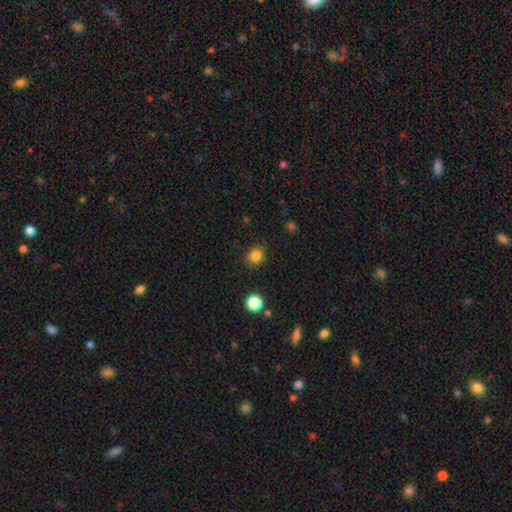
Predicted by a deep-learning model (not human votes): A smooth galaxy with no disk features (83%) that is round (80%).

Vote fractions:
- Smooth or featured? smooth: 83% / star or artifact: 12% / featured or disk: 5%
- How rounded? round: 80% / in between: 19% / cigar-shaped: 1%
- Merging? none: 89% / minor disturbance: 8% / major disturbance: 2% / merger: 1%